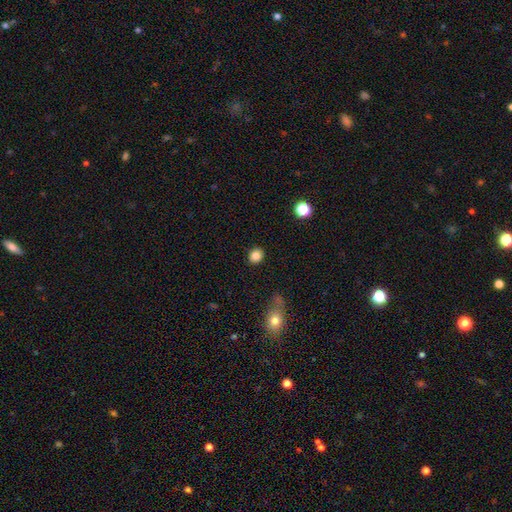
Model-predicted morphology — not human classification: A smooth galaxy with no disk features (84%) that is round (69%). Merging: none (88%).